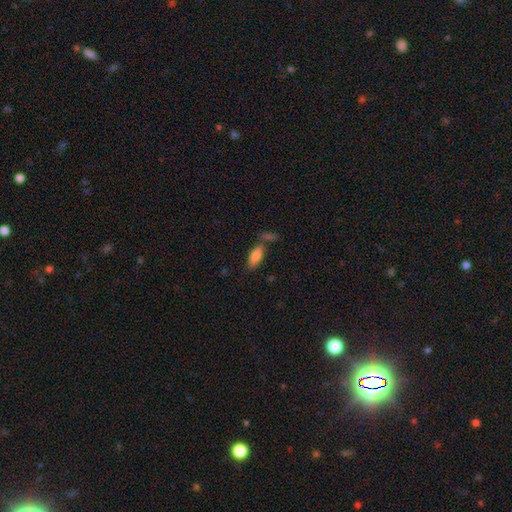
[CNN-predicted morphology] smooth-or-featured: smooth: 82% | featured or disk: 11% | star or artifact: 7%
  how-rounded: in between: 78% | cigar-shaped: 19% | round: 2%
  merging: none: 59% | merger: 21% | minor disturbance: 15% | major disturbance: 5%